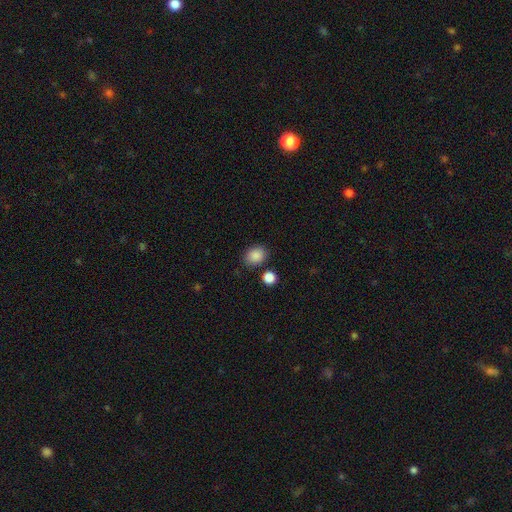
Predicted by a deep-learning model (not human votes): This is clearly a smooth galaxy (87%). How rounded: possibly in between (51%). Merging: clearly none (80%).